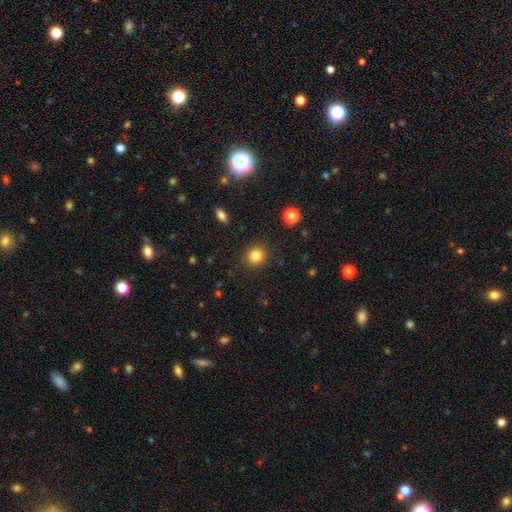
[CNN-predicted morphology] smooth_or_featured: smooth (p=0.83) [alt: star or artifact p=0.11]
how_rounded: round (p=0.87) [alt: in between p=0.12]
merging: none (p=0.88) [alt: minor disturbance p=0.08]